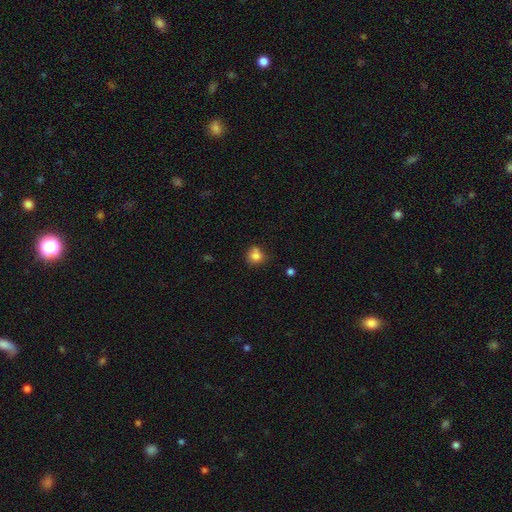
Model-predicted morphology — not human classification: Smooth or featured?
  - smooth: 80% *
  - star or artifact: 11%
  - featured or disk: 8%
How rounded?
  - round: 82% *
  - in between: 17%
  - cigar-shaped: 1%
Merging?
  - none: 60% *
  - minor disturbance: 22%
  - merger: 12%
  - major disturbance: 6%